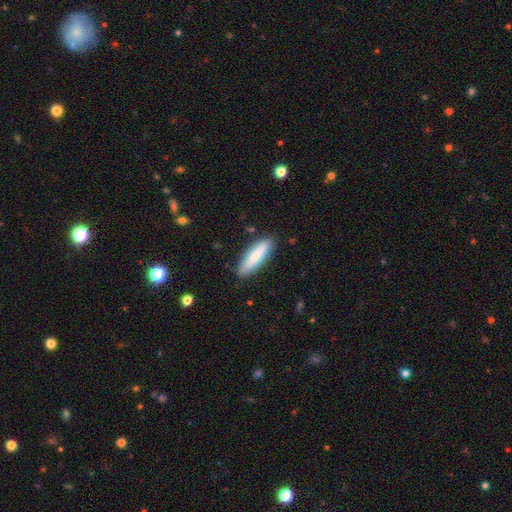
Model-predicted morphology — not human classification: The model was most divided on "how rounded": cigar-shaped: 58%, in between: 40%, round: 2%. More confident: merging — none (86%); smooth or featured — smooth (77%).